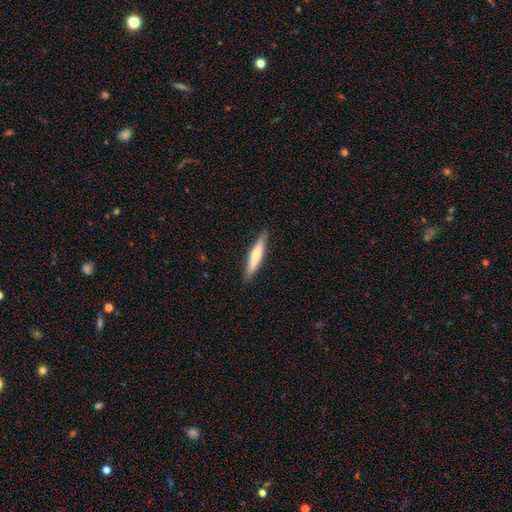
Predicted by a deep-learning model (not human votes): A smooth galaxy with no disk features (58%) that is cigar-shaped (89%). Merging: none (88%).